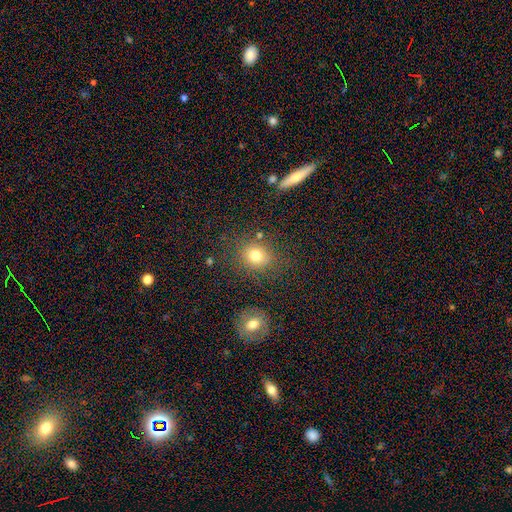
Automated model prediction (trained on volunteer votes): Smooth or featured? Predicted: smooth (p=0.77). How rounded? Predicted: round (p=0.76). Merging? Predicted: none (p=0.78).